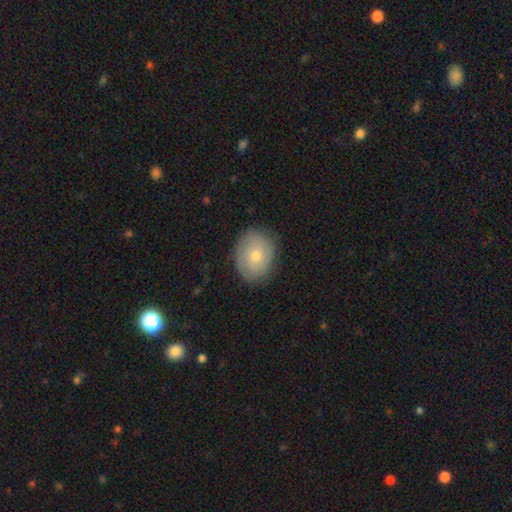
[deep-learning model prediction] The model was most divided on "how rounded": in between: 56%, round: 43%, cigar-shaped: 1%. More confident: merging — none (83%); smooth or featured — smooth (57%).